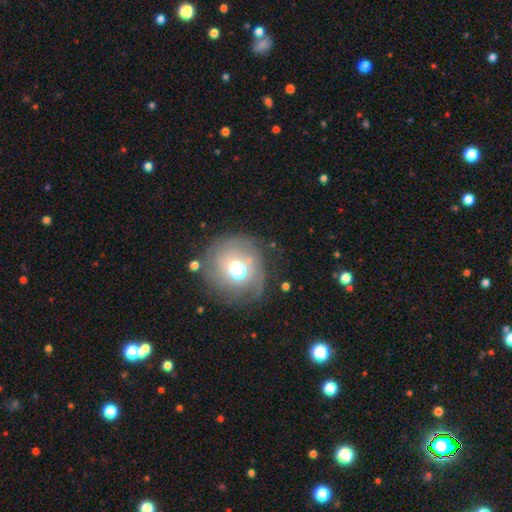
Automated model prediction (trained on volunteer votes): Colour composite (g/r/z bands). It shows a featured or disk galaxy (47%). Merging: none (72%).